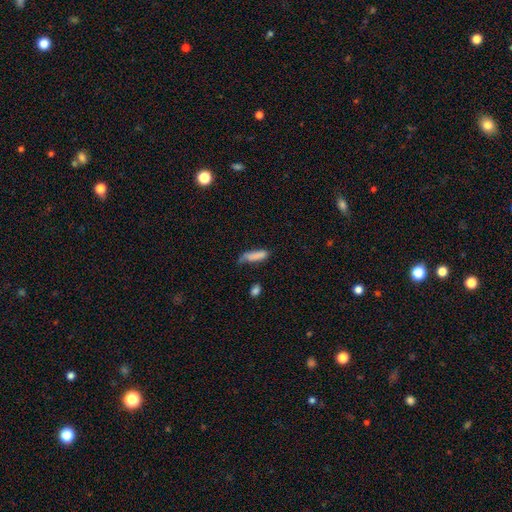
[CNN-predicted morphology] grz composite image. It shows a smooth galaxy with no disk features (83%) that is cigar-shaped (65%). Merging: none (49%).